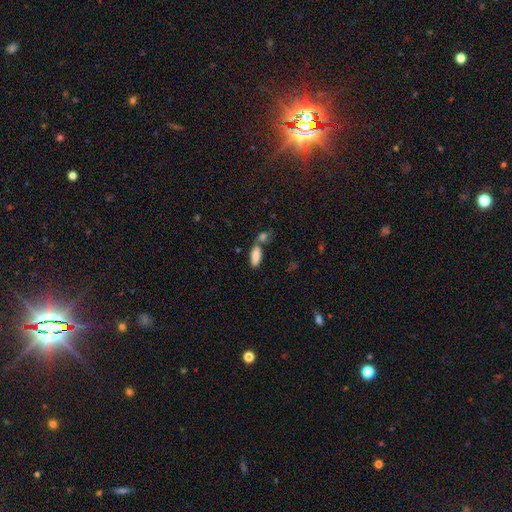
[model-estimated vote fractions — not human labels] smooth-or-featured: smooth: 80% | featured or disk: 12% | star or artifact: 8%
  how-rounded: in between: 82% | cigar-shaped: 15% | round: 2%
  merging: none: 46% | merger: 36% | minor disturbance: 13% | major disturbance: 5%